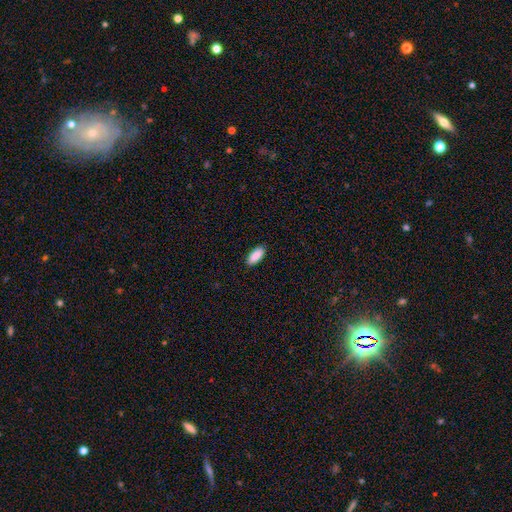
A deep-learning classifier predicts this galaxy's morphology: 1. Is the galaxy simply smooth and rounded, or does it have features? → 91% smooth, 6% star or artifact, 4% featured or disk.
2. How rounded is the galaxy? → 84% in between, 14% cigar-shaped, 2% round.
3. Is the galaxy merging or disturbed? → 89% none, 8% minor disturbance, 2% major disturbance, 1% merger.